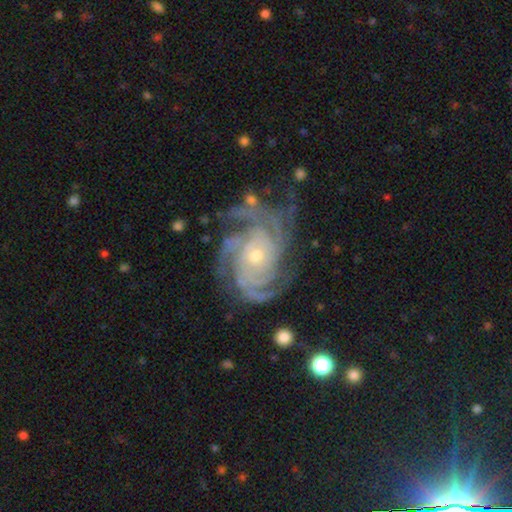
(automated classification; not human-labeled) This is clearly a featured or disk galaxy (92%). It is clearly not viewed edge-on (97%). Bar: likely no (75%). Spiral arm pattern: clearly yes (98%). Spiral arm count: marginally 4 (36%). Spiral winding: likely tight (70%). Central bulge: likely small (64%). Merging: likely none (68%).